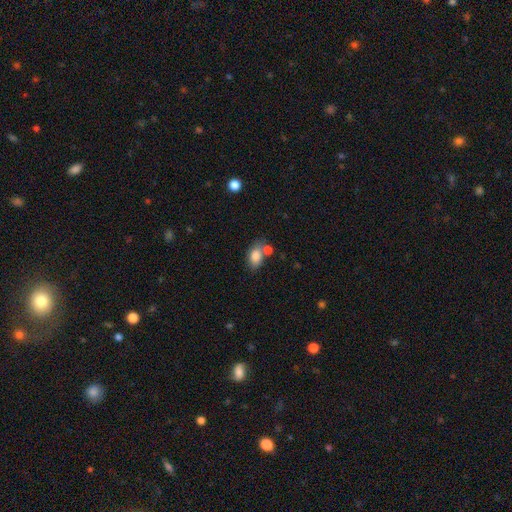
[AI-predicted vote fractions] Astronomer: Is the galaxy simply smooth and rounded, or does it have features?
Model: smooth — 84%.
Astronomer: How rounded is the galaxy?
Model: in between — 85%.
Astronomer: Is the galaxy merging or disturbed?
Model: none — 53%.